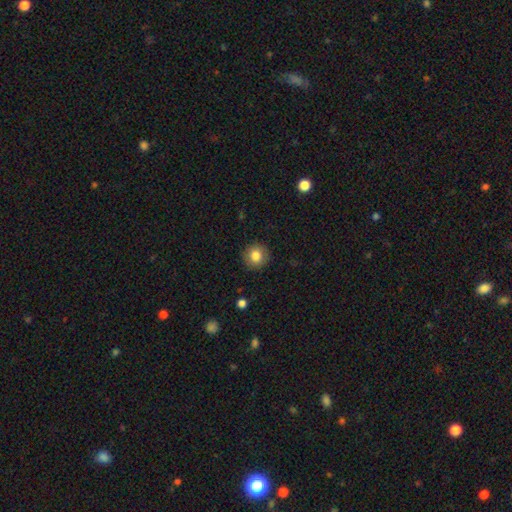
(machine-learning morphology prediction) Smooth or featured?
  - smooth: 84% *
  - star or artifact: 9%
  - featured or disk: 7%
How rounded?
  - round: 93% *
  - in between: 7%
  - cigar-shaped: 1%
Merging?
  - none: 90% *
  - minor disturbance: 7%
  - major disturbance: 2%
  - merger: 1%